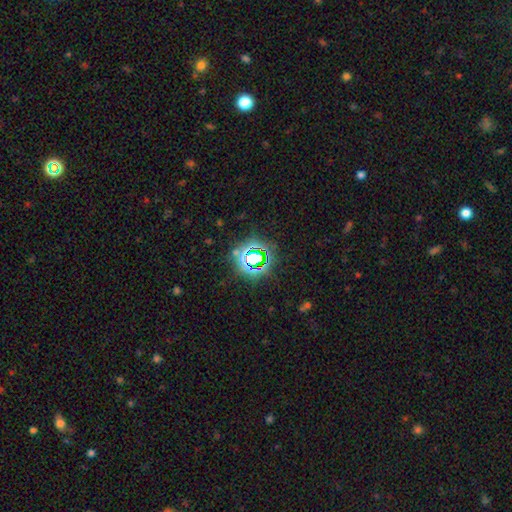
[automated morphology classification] A star or artifact, not a galaxy (71%).

Vote fractions:
- Smooth or featured? star or artifact: 71% / smooth: 18% / featured or disk: 10%